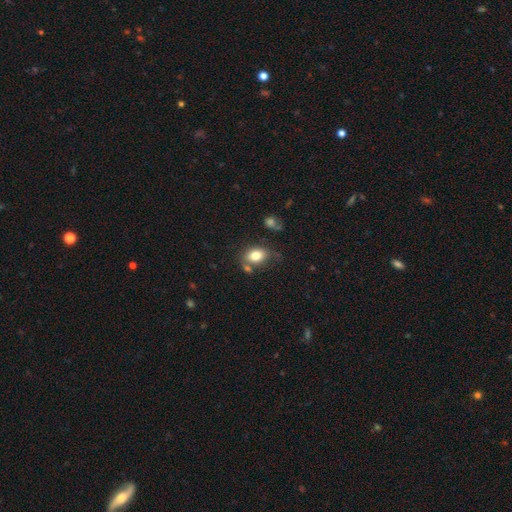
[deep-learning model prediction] smooth 79%, featured or disk 12%, star or artifact 9%. Down the decision tree: how rounded — in between (75%); merging — none (61%).